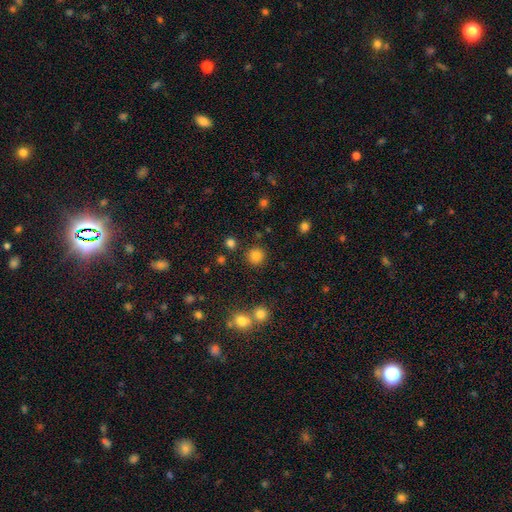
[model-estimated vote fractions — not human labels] Smooth or featured?
  - smooth: 83% *
  - star or artifact: 13%
  - featured or disk: 4%
How rounded?
  - round: 93% *
  - in between: 6%
  - cigar-shaped: 1%
Merging?
  - none: 87% *
  - minor disturbance: 6%
  - merger: 4%
  - major disturbance: 3%